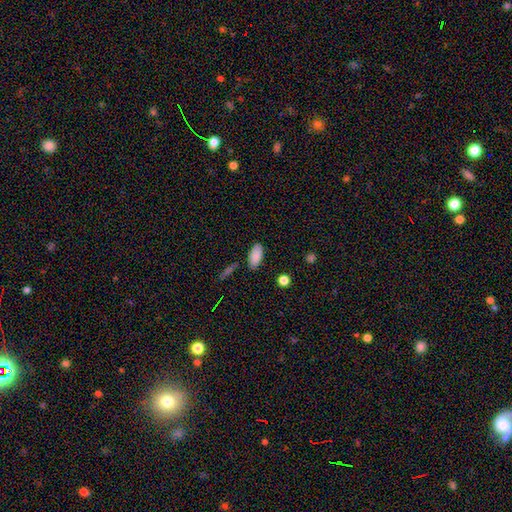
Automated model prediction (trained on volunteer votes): Overall: smooth (87%). How rounded: in between (91%). Merging: none (83%).